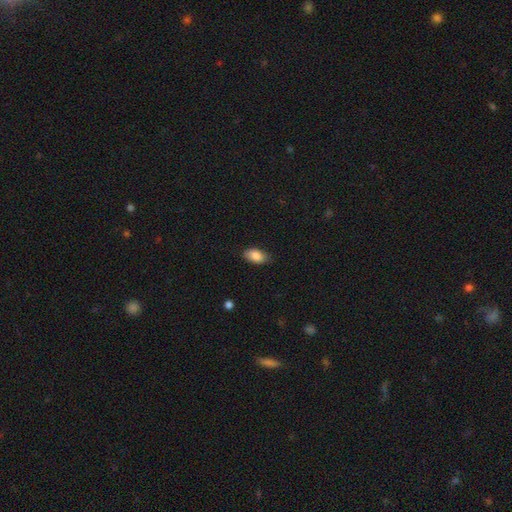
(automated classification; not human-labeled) Overall: smooth (87%). How rounded: in between (92%). Merging: none (81%).